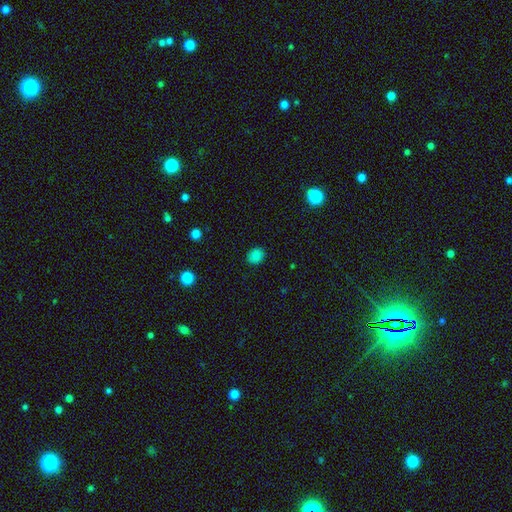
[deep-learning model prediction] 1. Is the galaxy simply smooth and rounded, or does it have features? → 83% smooth, 14% star or artifact, 3% featured or disk.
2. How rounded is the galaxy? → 62% round, 38% in between, 1% cigar-shaped.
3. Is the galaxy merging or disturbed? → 88% none, 9% minor disturbance, 2% major disturbance, 1% merger.